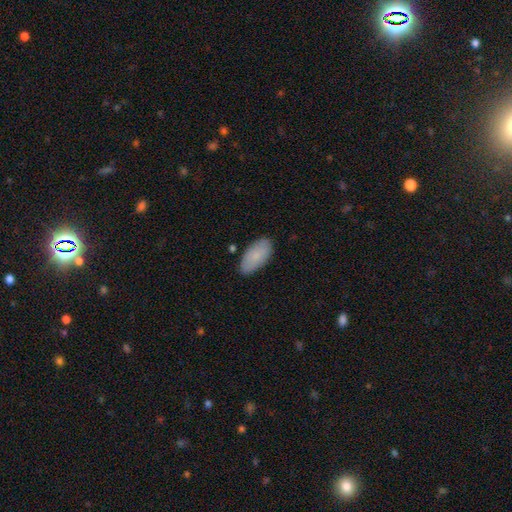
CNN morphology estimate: This is clearly a smooth galaxy (81%). How rounded: clearly in between (94%). Merging: clearly none (83%).